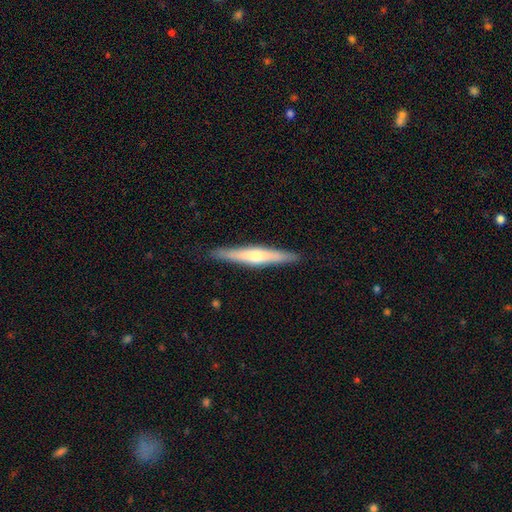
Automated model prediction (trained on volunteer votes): Q: Smooth or featured?
A: featured or disk (62%); runner-up: smooth (32%)
Q: Edge-on disk?
A: yes (96%); runner-up: no (4%)
Q: Edge-on bulge?
A: rounded (76%); runner-up: none (14%)
Q: Merging?
A: none (90%); runner-up: minor disturbance (8%)